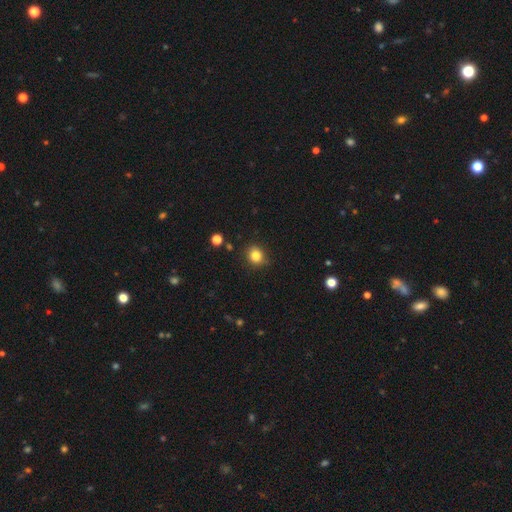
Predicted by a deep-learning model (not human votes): Smooth or featured: smooth — 83% (star or artifact — 12%)
How rounded: round — 79% (in between — 20%)
Merging: none — 87% (minor disturbance — 9%)